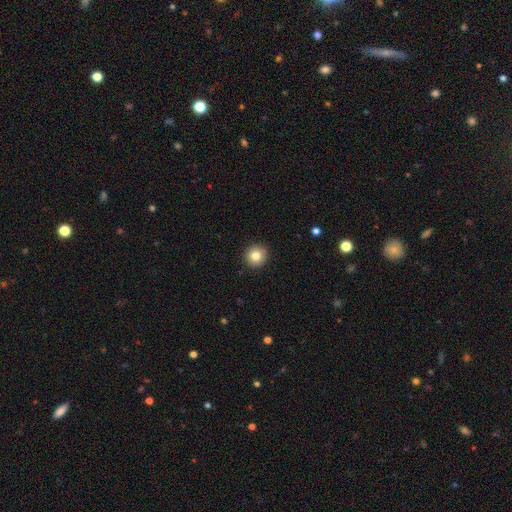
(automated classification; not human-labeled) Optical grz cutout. It shows a smooth galaxy with no disk features (81%) that is round (95%). Merging: none (92%).